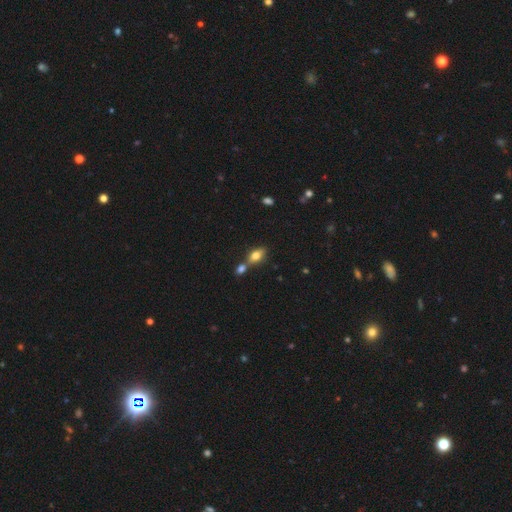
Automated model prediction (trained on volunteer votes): This is likely a smooth galaxy (72%). How rounded: clearly in between (82%). Merging: possibly none (50%).